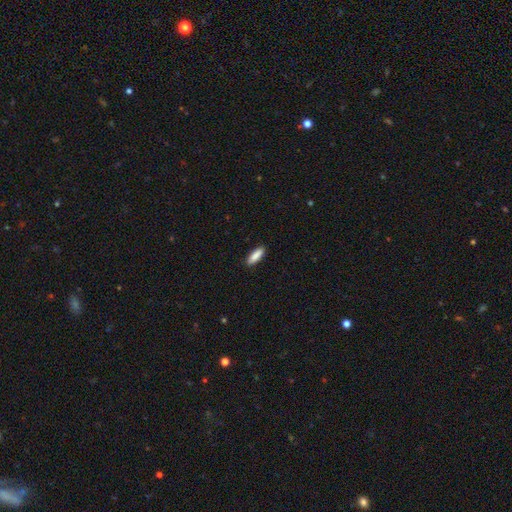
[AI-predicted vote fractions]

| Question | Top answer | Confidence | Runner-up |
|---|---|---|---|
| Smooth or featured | smooth | 89% | star or artifact (6%) |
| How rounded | cigar-shaped | 50% | in between (48%) |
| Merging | none | 90% | minor disturbance (8%) |